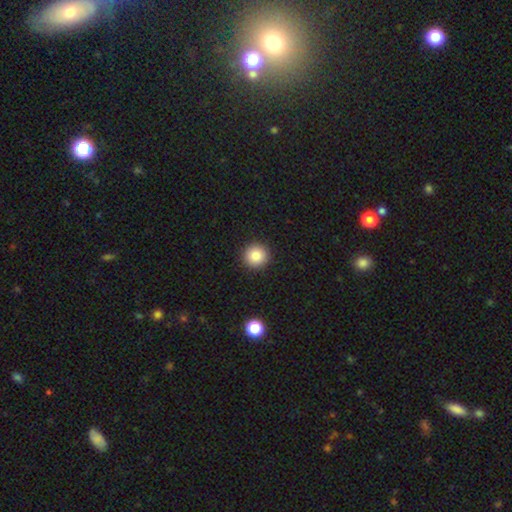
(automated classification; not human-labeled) Smooth or featured? Predicted: smooth (p=0.84). How rounded? Predicted: round (p=0.94). Merging? Predicted: none (p=0.93).